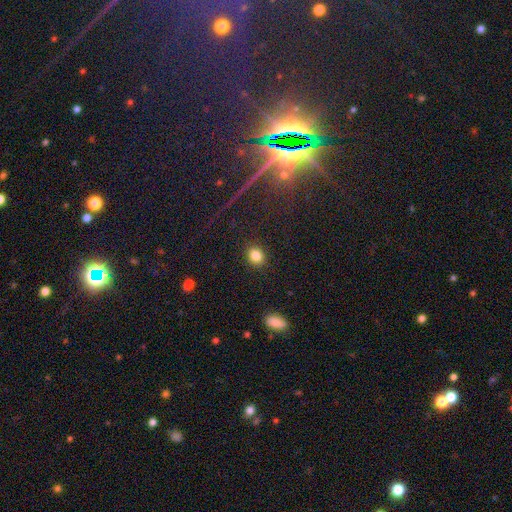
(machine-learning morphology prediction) Overall: smooth (83%). How rounded: round (63%; in between 36%). Merging: none (89%).